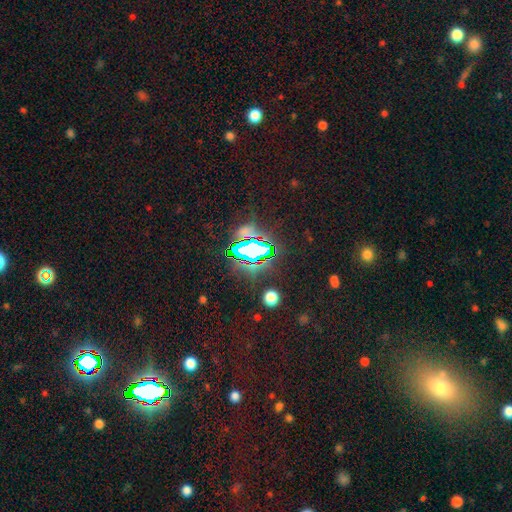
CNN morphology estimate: Q: Smooth or featured?
A: star or artifact (72%); runner-up: smooth (18%)